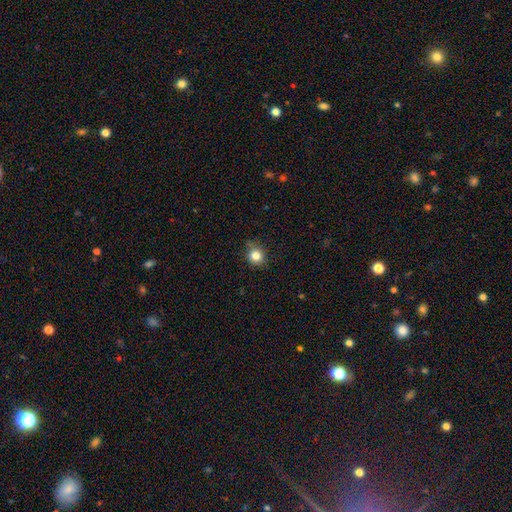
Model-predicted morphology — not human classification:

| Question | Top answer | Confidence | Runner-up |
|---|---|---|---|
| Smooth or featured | smooth | 82% | star or artifact (12%) |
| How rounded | round | 85% | in between (14%) |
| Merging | none | 77% | minor disturbance (18%) |